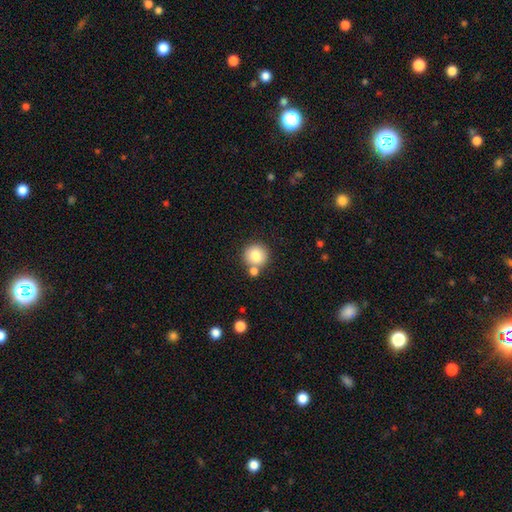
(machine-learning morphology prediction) Smooth or featured: smooth — 81% (featured or disk — 9%)
How rounded: round — 92% (in between — 7%)
Merging: none — 69% (merger — 19%)